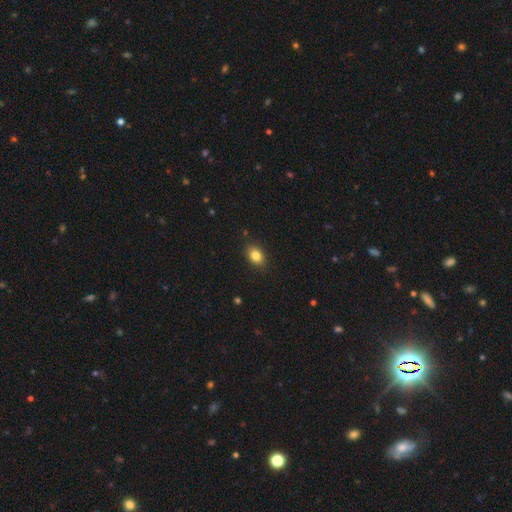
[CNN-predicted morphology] This appears to be a smooth galaxy with no disk features (83%) that is in between round and cigar-shaped (74%). Merging: none (87%).